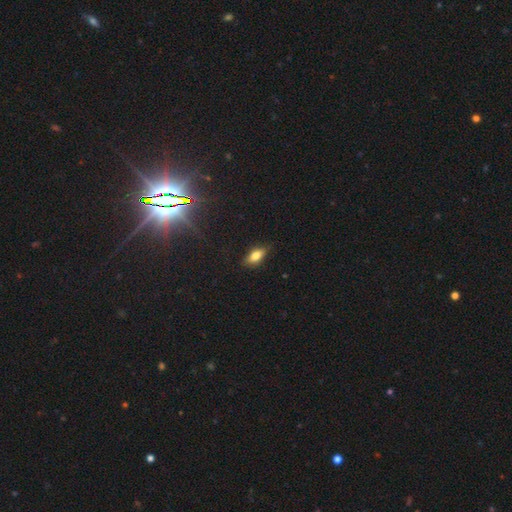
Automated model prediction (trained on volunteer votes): Smooth or featured?
  - smooth: 75% *
  - featured or disk: 16%
  - star or artifact: 9%
How rounded?
  - in between: 83% *
  - cigar-shaped: 13%
  - round: 4%
Merging?
  - none: 80% *
  - minor disturbance: 16%
  - major disturbance: 3%
  - merger: 1%